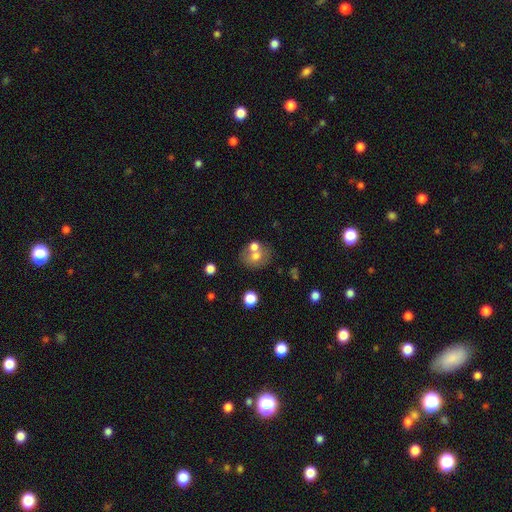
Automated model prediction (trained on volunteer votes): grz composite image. It shows a smooth galaxy with no disk features (64%) that is round (66%). Merging: none (48%).